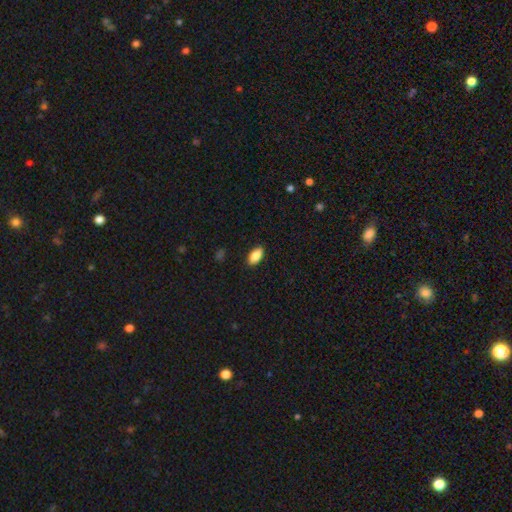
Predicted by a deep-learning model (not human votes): Q: Smooth or featured?
A: smooth (85%); runner-up: featured or disk (8%)
Q: How rounded?
A: in between (91%); runner-up: cigar-shaped (6%)
Q: Merging?
A: none (87%); runner-up: minor disturbance (10%)